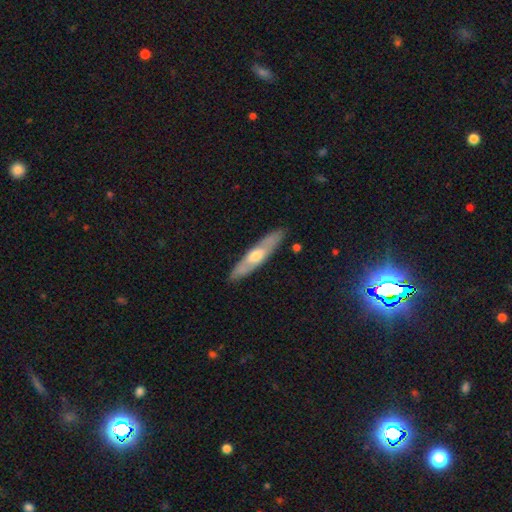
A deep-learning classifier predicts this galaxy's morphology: A featured or disk galaxy (58%) viewed edge-on (68%). Merging: none (87%).